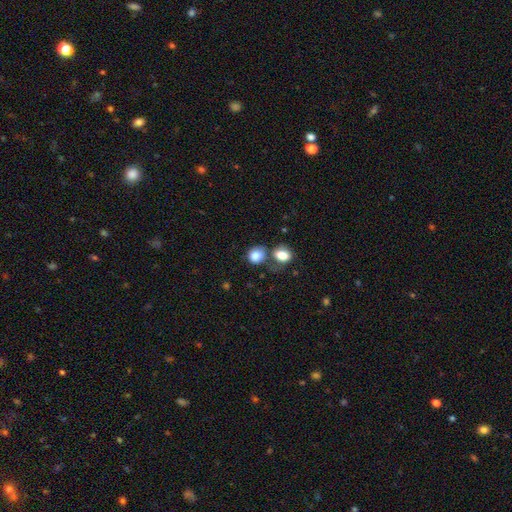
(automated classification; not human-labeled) smooth_or_featured: smooth (p=0.84) [alt: star or artifact p=0.08]
how_rounded: round (p=0.66) [alt: in between p=0.33]
merging: none (p=0.45) [alt: merger p=0.33]